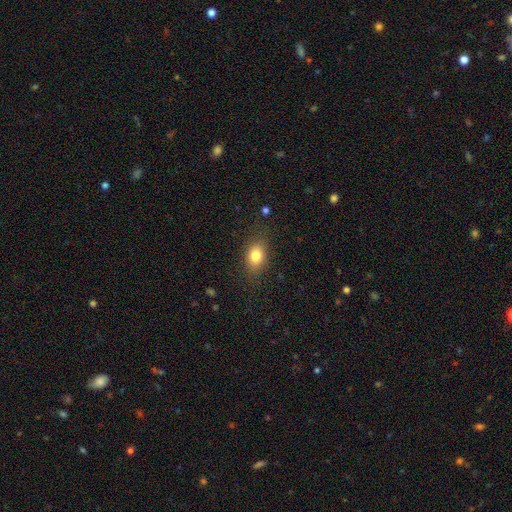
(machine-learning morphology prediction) This is clearly a smooth galaxy (80%). How rounded: likely in between (78%). Merging: clearly none (82%).